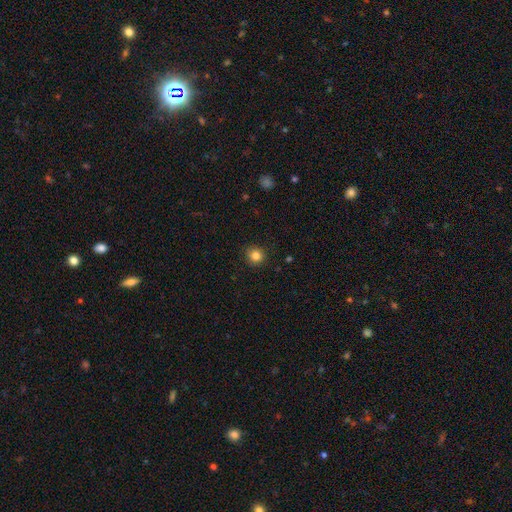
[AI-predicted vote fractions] Q: Smooth or featured?
A: smooth (83%); runner-up: star or artifact (12%)
Q: How rounded?
A: round (92%); runner-up: in between (7%)
Q: Merging?
A: none (91%); runner-up: minor disturbance (6%)